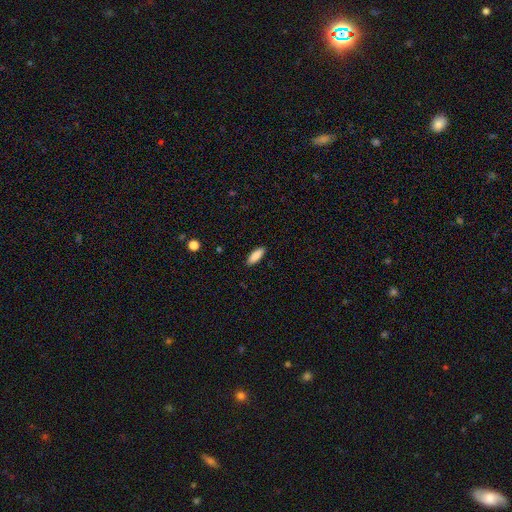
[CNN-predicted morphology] Overall: smooth (88%). How rounded: in between (65%; cigar-shaped 33%). Merging: none (89%).